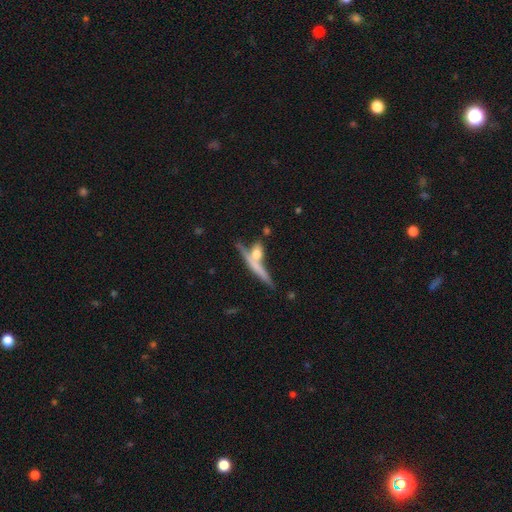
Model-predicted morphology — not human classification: A smooth galaxy with no disk features (50%).

Vote fractions:
- Smooth or featured? smooth: 50% / featured or disk: 42% / star or artifact: 8%
- Merging? none: 50% / merger: 31% / minor disturbance: 12% / major disturbance: 6%